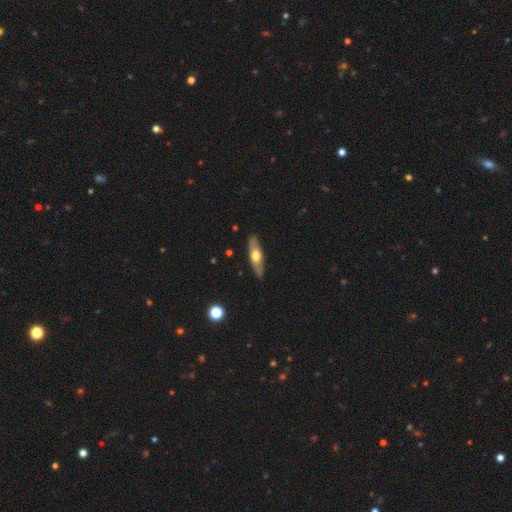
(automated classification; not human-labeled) A featured or disk galaxy (52%) viewed edge-on (74%). Merging: none (88%).